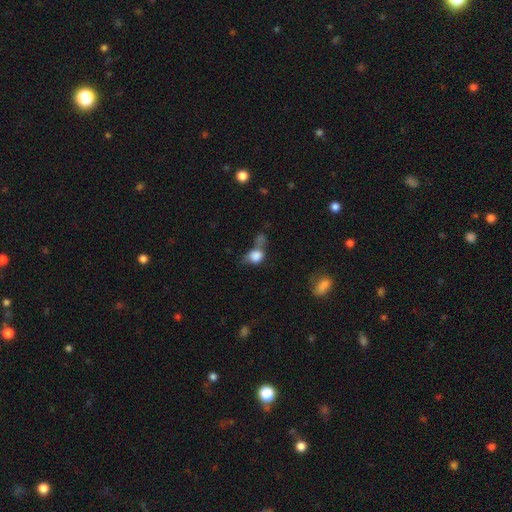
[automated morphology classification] Overall: smooth (77%). How rounded: round (54%; in between 44%). Merging: merger (38%; none 26%).